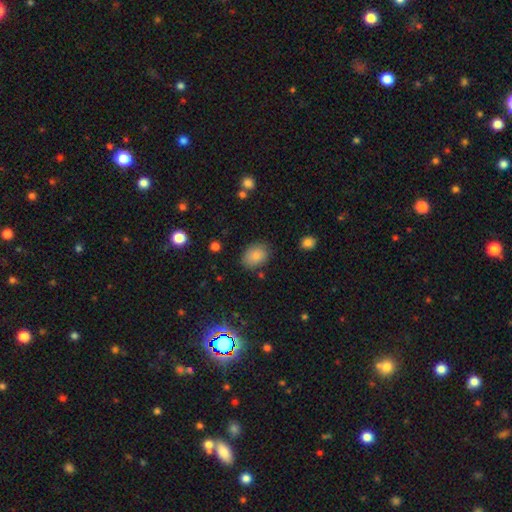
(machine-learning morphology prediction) Q: Smooth or featured?
A: smooth (83%); runner-up: star or artifact (9%)
Q: How rounded?
A: in between (68%); runner-up: round (31%)
Q: Merging?
A: none (81%); runner-up: minor disturbance (13%)